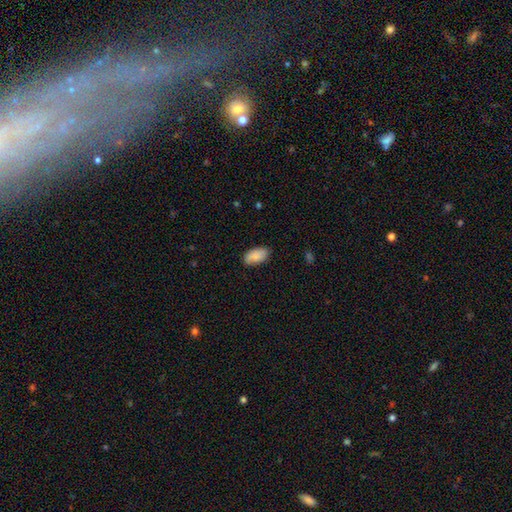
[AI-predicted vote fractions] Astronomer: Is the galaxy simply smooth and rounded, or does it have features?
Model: smooth — 85%.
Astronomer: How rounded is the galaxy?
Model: in between — 94%.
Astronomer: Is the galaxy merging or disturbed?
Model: none — 82%.